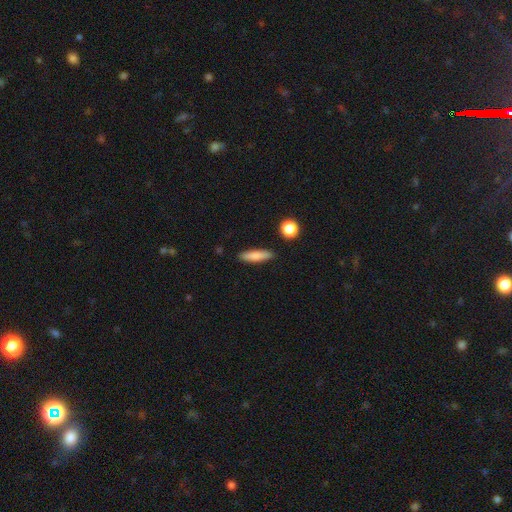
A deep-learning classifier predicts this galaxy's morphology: A smooth galaxy with no disk features (81%) that is cigar-shaped (70%).

Vote fractions:
- Smooth or featured? smooth: 81% / featured or disk: 12% / star or artifact: 7%
- How rounded? cigar-shaped: 70% / in between: 27% / round: 3%
- Merging? none: 88% / minor disturbance: 8% / major disturbance: 2% / merger: 2%